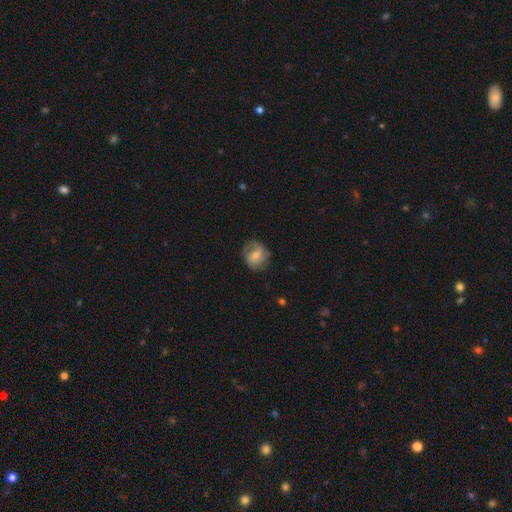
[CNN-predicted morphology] This is possibly a featured or disk galaxy (55%). It is clearly not viewed edge-on (97%). Bar: possibly no (48%). Spiral arm pattern: clearly yes (86%). Central bulge: possibly small (47%). Merging: likely none (68%).